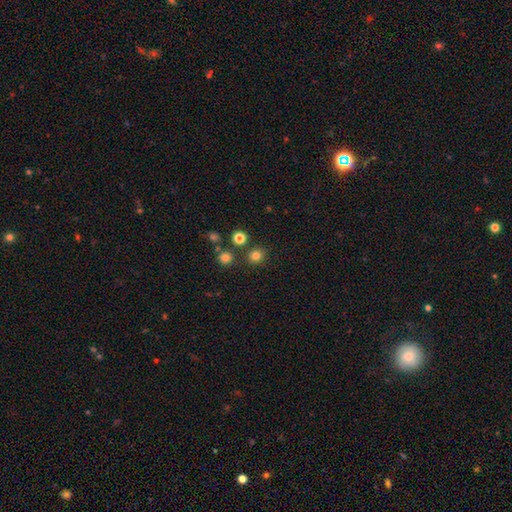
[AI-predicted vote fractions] Morphology: type=smooth (79%); roundness=round (87%); merging=none (84%).